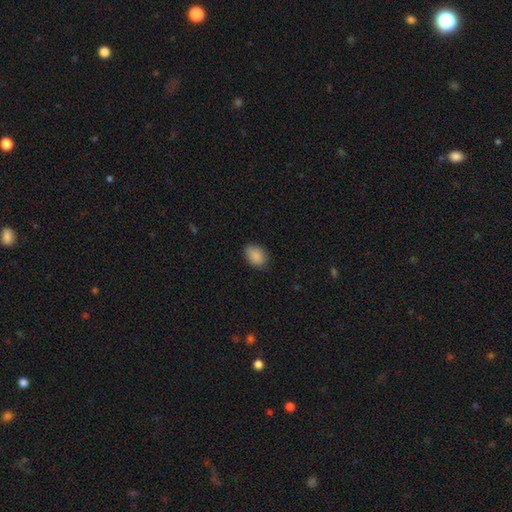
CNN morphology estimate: smooth-or-featured: smooth: 89% | star or artifact: 8% | featured or disk: 4%
  how-rounded: in between: 79% | round: 20% | cigar-shaped: 1%
  merging: none: 83% | minor disturbance: 13% | major disturbance: 3% | merger: 1%